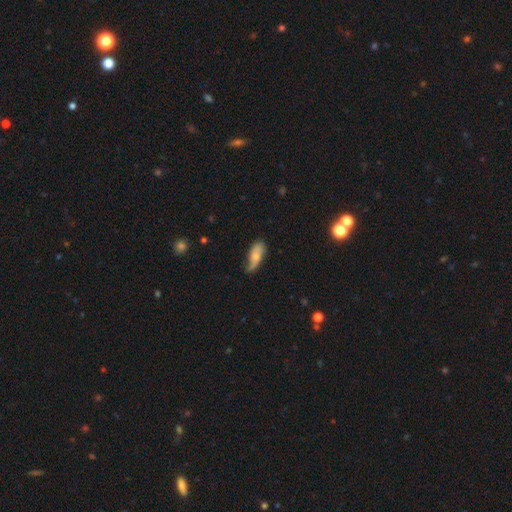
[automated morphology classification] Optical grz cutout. It shows a smooth galaxy with no disk features (60%) that is in between round and cigar-shaped (73%). Merging: none (50%).